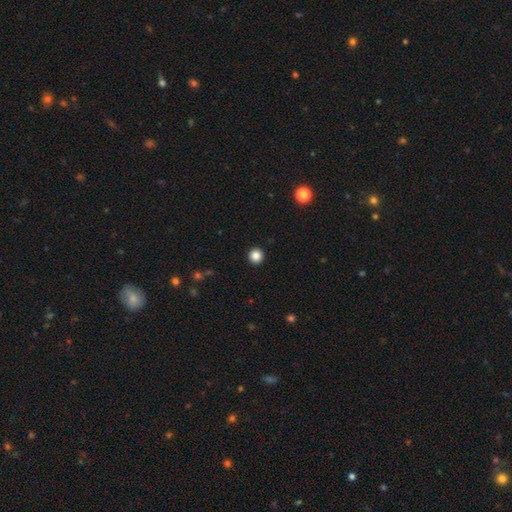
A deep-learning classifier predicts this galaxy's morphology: smooth-or-featured: smooth: 86% | star or artifact: 11% | featured or disk: 4%
  how-rounded: round: 95% | in between: 4% | cigar-shaped: 1%
  merging: none: 93% | minor disturbance: 4% | major disturbance: 2% | merger: 1%